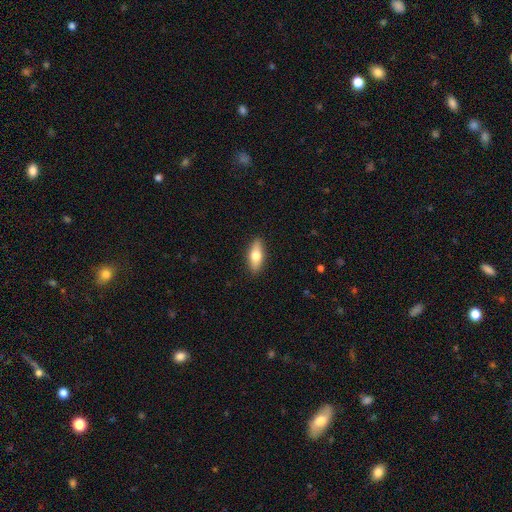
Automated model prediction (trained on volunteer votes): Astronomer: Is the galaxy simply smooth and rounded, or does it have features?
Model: smooth — 66%.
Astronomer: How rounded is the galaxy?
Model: in between — 70%.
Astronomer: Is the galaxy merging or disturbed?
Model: none — 89%.